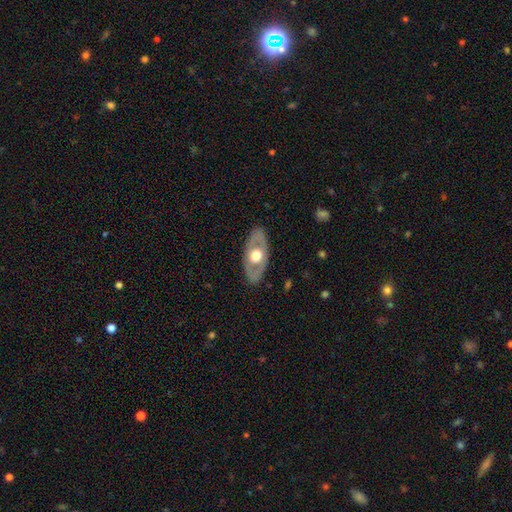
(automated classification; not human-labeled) Smooth or featured?
  - featured or disk: 58% *
  - smooth: 38%
  - star or artifact: 5%
Edge-on disk?
  - no: 79% *
  - yes: 21%
Merging?
  - none: 84% *
  - minor disturbance: 12%
  - major disturbance: 4%
  - merger: 1%